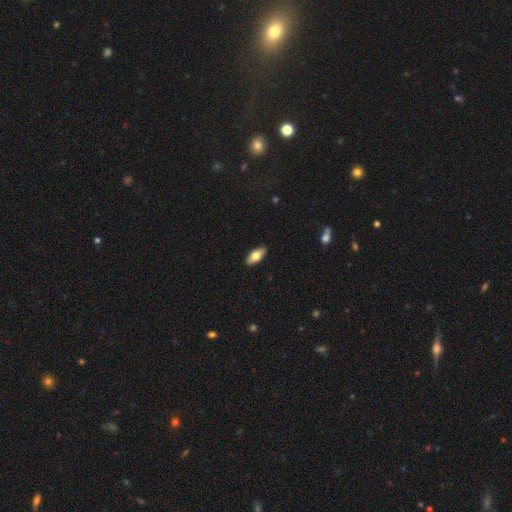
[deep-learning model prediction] Smooth or featured: smooth — 75% (featured or disk — 19%)
How rounded: in between — 88% (cigar-shaped — 9%)
Merging: none — 90% (minor disturbance — 8%)